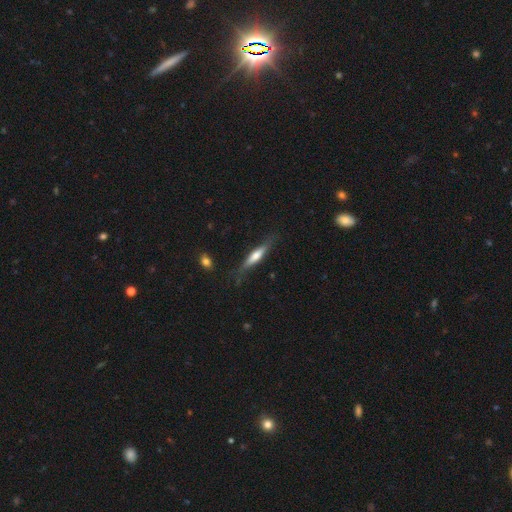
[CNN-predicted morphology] Q: Smooth or featured?
A: smooth (48%); runner-up: featured or disk (46%)
Q: Merging?
A: none (75%); runner-up: minor disturbance (18%)